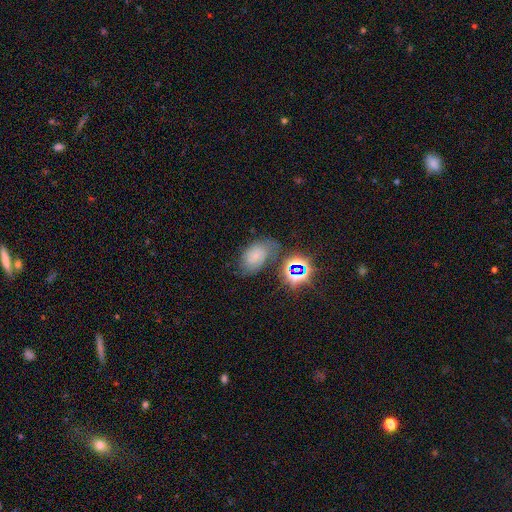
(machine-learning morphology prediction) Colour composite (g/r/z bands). It shows a smooth galaxy with no disk features (45%). Merging: none (56%).